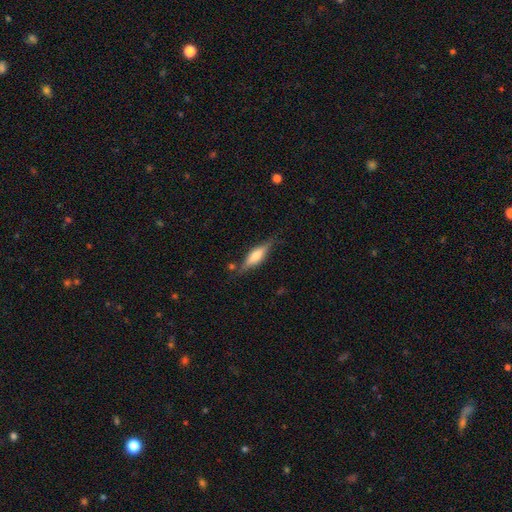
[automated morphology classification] A featured or disk galaxy (53%) viewed edge-on (94%).

Vote fractions:
- Smooth or featured? featured or disk: 53% / smooth: 40% / star or artifact: 7%
- Edge-on disk? yes: 94% / no: 6%
- Merging? none: 76% / minor disturbance: 16% / major disturbance: 4% / merger: 3%